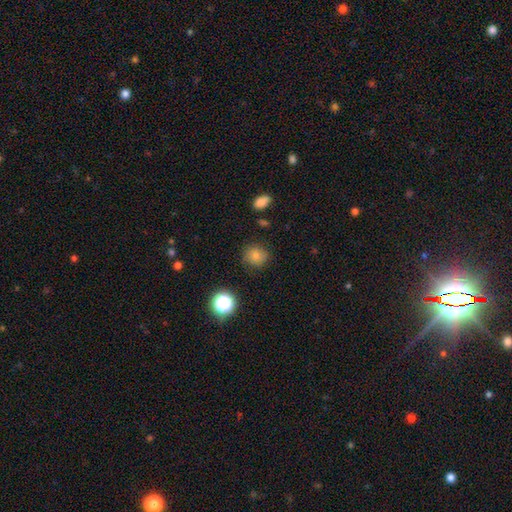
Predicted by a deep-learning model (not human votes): smooth 79%, star or artifact 13%, featured or disk 7%. Down the decision tree: how rounded — round (86%); merging — none (81%).